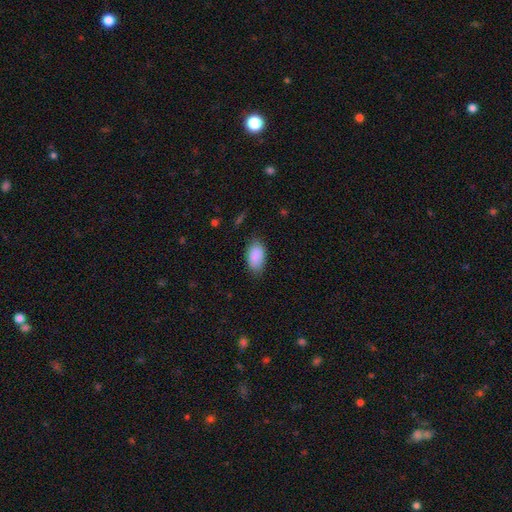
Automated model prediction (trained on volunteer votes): Smooth or featured? Predicted: smooth (p=0.89). How rounded? Predicted: in between (p=0.93). Merging? Predicted: none (p=0.78).